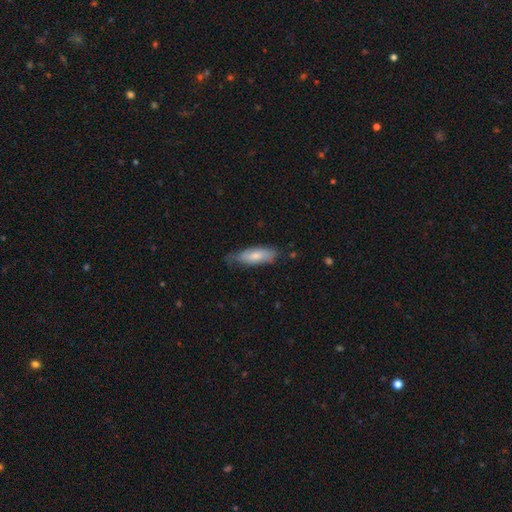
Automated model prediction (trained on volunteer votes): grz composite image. It shows a smooth galaxy with no disk features (70%) that is in between round and cigar-shaped (63%). Merging: none (60%).